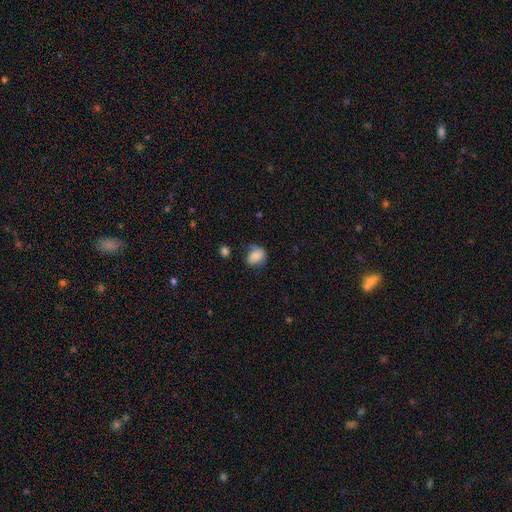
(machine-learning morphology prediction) A smooth galaxy with no disk features (74%) that is in between round and cigar-shaped (50%).

Vote fractions:
- Smooth or featured? smooth: 74% / featured or disk: 17% / star or artifact: 9%
- How rounded? in between: 50% / round: 48% / cigar-shaped: 1%
- Merging? none: 48% / minor disturbance: 33% / major disturbance: 15% / merger: 3%